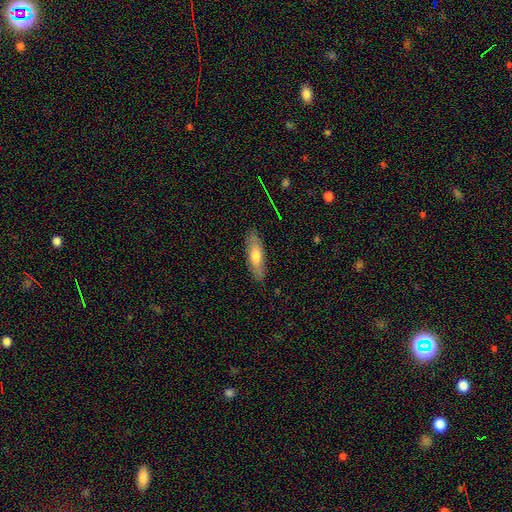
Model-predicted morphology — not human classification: This appears to be a smooth galaxy with no disk features (67%) that is in between round and cigar-shaped (49%, tied with cigar-shaped). Merging: none (86%).